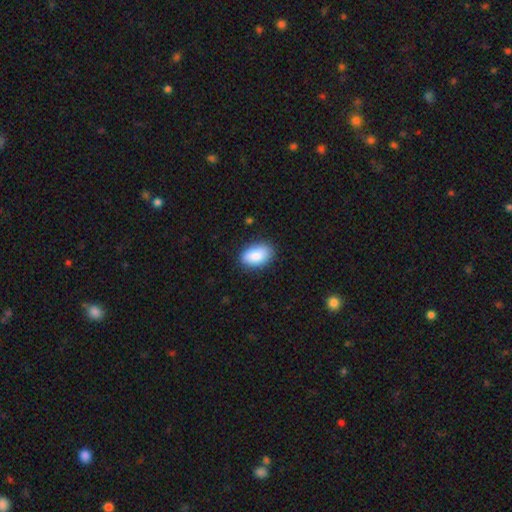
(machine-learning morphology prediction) Smooth or featured? Predicted: smooth (p=0.88). How rounded? Predicted: in between (p=0.92). Merging? Predicted: none (p=0.84).